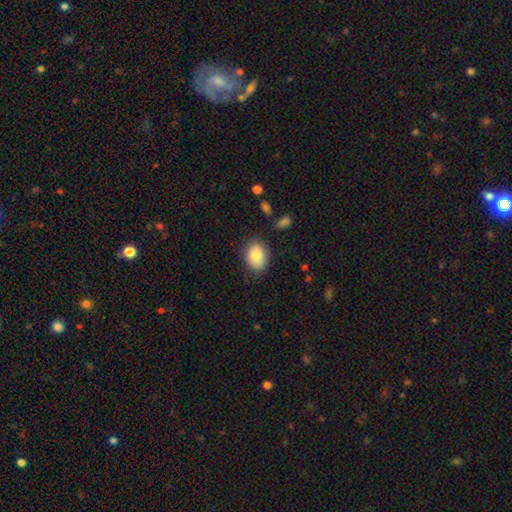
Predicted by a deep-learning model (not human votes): Smooth or featured? smooth (84%)
How rounded? in between (76%)
Merging? none (82%)